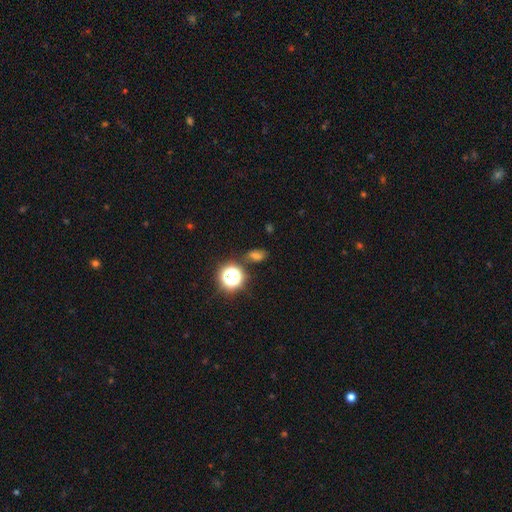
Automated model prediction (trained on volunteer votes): Smooth or featured: smooth — 55% (star or artifact — 36%)
How rounded: in between — 63% (round — 34%)
Merging: none — 77% (minor disturbance — 13%)